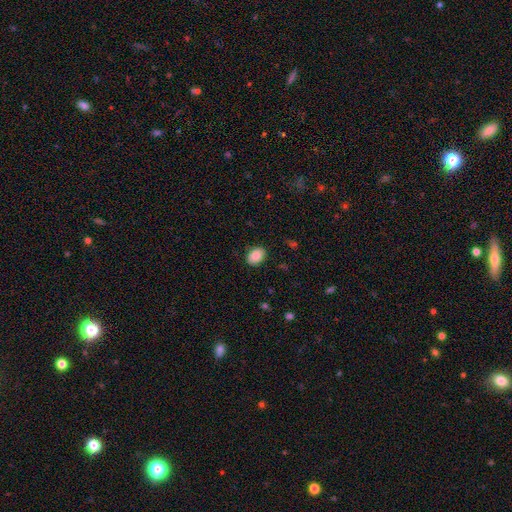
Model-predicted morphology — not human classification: A smooth galaxy with no disk features (87%) that is in between round and cigar-shaped (73%). Merging: none (88%).